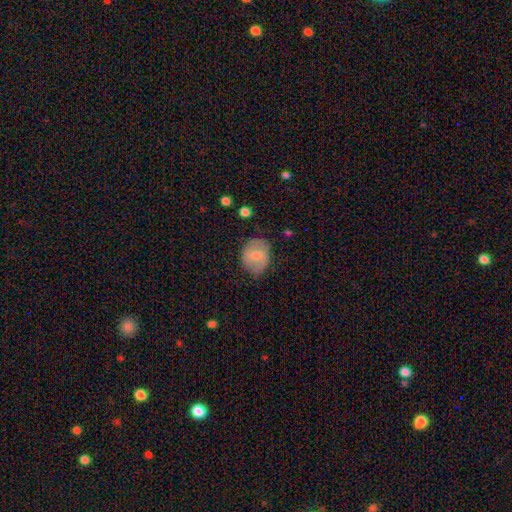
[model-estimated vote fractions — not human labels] smooth-or-featured: smooth: 52% | featured or disk: 41% | star or artifact: 7%
  how-rounded: round: 60% | in between: 39% | cigar-shaped: 1%
  merging: none: 73% | minor disturbance: 20% | major disturbance: 5% | merger: 1%